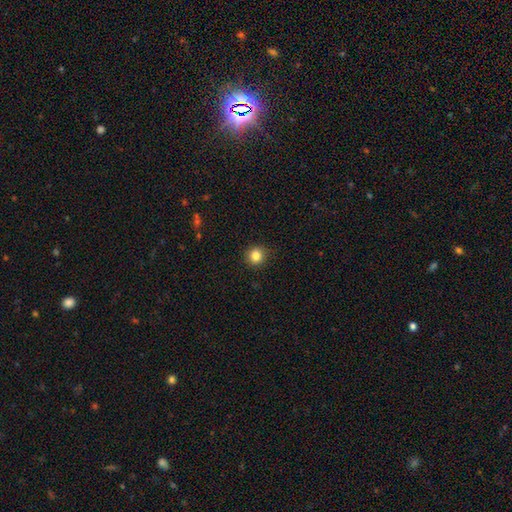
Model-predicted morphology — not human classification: Smooth or featured?
  - smooth: 84% *
  - star or artifact: 11%
  - featured or disk: 5%
How rounded?
  - round: 90% *
  - in between: 10%
  - cigar-shaped: 1%
Merging?
  - none: 90% *
  - minor disturbance: 7%
  - major disturbance: 2%
  - merger: 1%